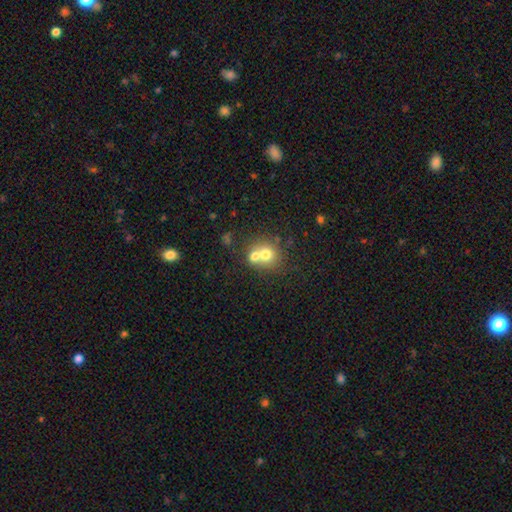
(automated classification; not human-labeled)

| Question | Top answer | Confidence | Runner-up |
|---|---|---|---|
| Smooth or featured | smooth | 64% | featured or disk (19%) |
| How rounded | round | 83% | in between (16%) |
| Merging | merger | 46% | none (44%) |